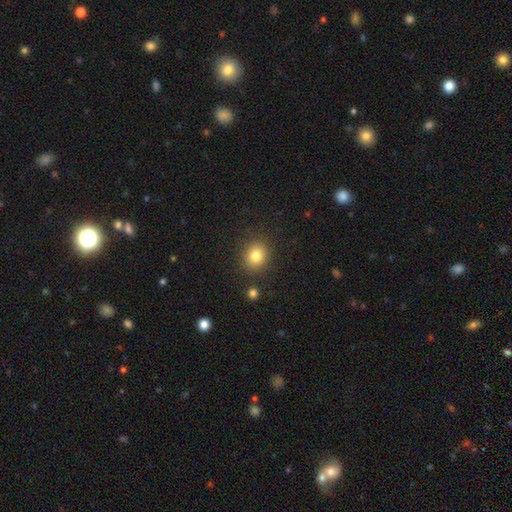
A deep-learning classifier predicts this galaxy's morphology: Smooth or featured?
  - smooth: 82% *
  - star or artifact: 11%
  - featured or disk: 7%
How rounded?
  - round: 76% *
  - in between: 23%
  - cigar-shaped: 1%
Merging?
  - none: 87% *
  - minor disturbance: 8%
  - major disturbance: 3%
  - merger: 3%